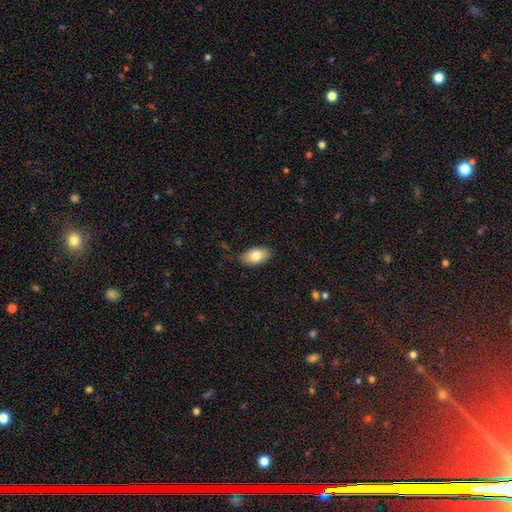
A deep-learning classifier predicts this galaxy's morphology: The model was most divided on "smooth or featured": smooth: 80%, featured or disk: 13%, star or artifact: 7%. More confident: how rounded — in between (93%); merging — none (84%).